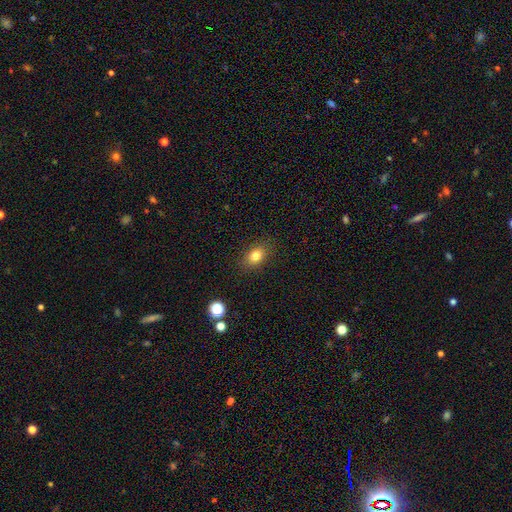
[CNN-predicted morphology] Smooth or featured?
  - smooth: 80% *
  - star or artifact: 11%
  - featured or disk: 9%
How rounded?
  - in between: 75% *
  - round: 23%
  - cigar-shaped: 2%
Merging?
  - none: 86% *
  - minor disturbance: 10%
  - major disturbance: 3%
  - merger: 1%